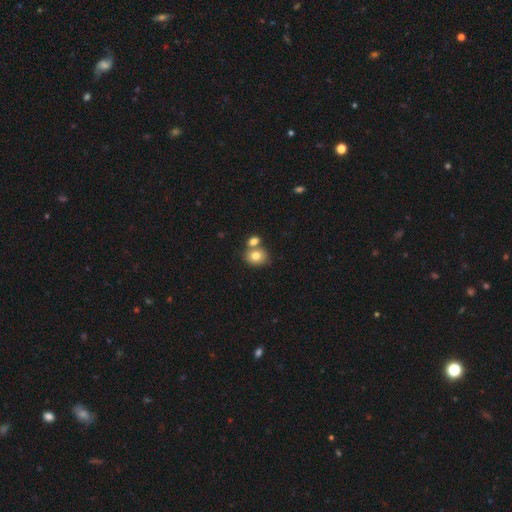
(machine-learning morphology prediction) The model was most divided on "merging": none: 47%, merger: 41%, minor disturbance: 9%, major disturbance: 3%. More confident: smooth or featured — smooth (78%); how rounded — round (63%).